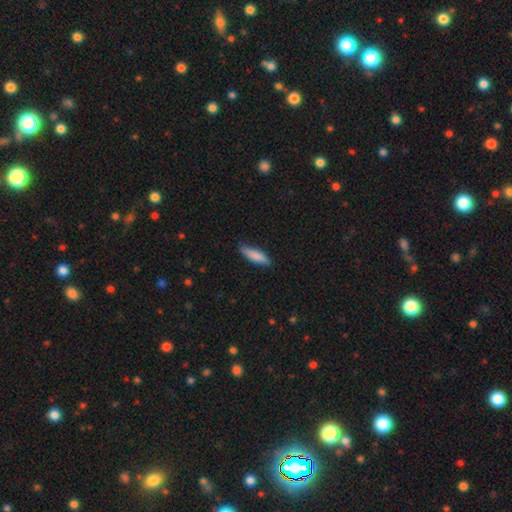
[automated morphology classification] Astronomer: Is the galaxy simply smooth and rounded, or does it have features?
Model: smooth — 84%.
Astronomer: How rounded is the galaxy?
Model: cigar-shaped — 66%.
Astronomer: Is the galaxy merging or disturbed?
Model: none — 80%.